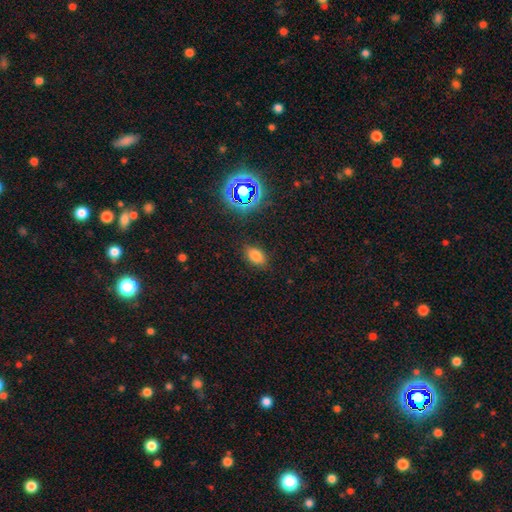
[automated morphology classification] A smooth galaxy with no disk features (76%) that is in between round and cigar-shaped (86%). Merging: none (85%).